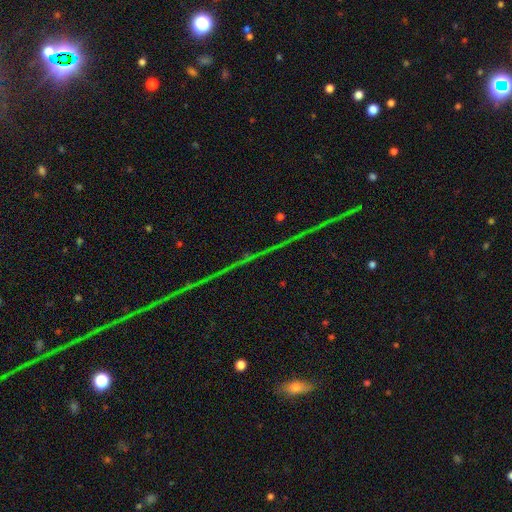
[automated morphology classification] Smooth or featured: star or artifact — 77% (featured or disk — 15%)